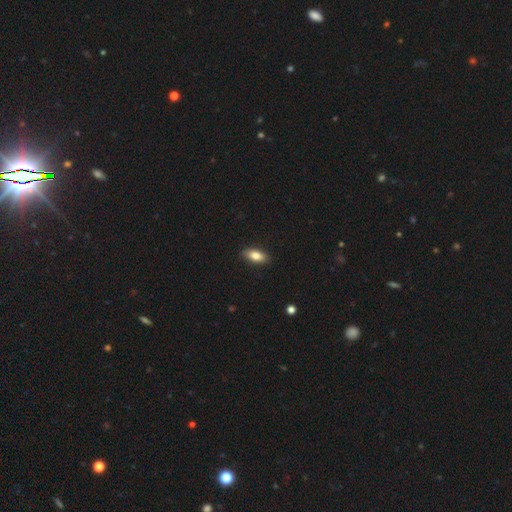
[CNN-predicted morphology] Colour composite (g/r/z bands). It shows a smooth galaxy with no disk features (82%) that is in between round and cigar-shaped (87%). Merging: none (88%).